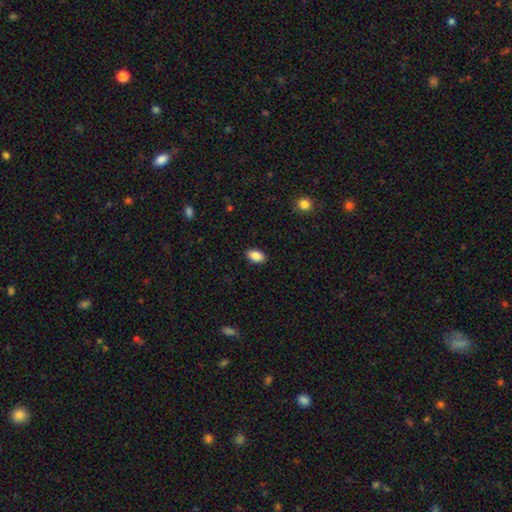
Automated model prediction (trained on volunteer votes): smooth_or_featured: smooth (p=0.88) [alt: star or artifact p=0.08]
how_rounded: in between (p=0.91) [alt: round p=0.07]
merging: none (p=0.89) [alt: minor disturbance p=0.08]